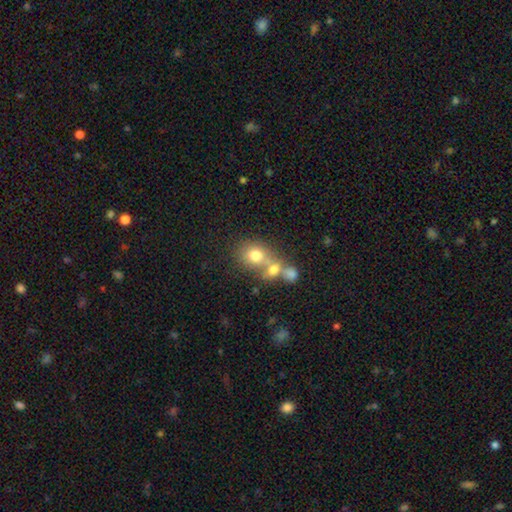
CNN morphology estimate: smooth-or-featured: smooth: 62% | star or artifact: 21% | featured or disk: 17%
  how-rounded: round: 78% | in between: 21% | cigar-shaped: 1%
  merging: merger: 47% | none: 43% | minor disturbance: 7% | major disturbance: 4%